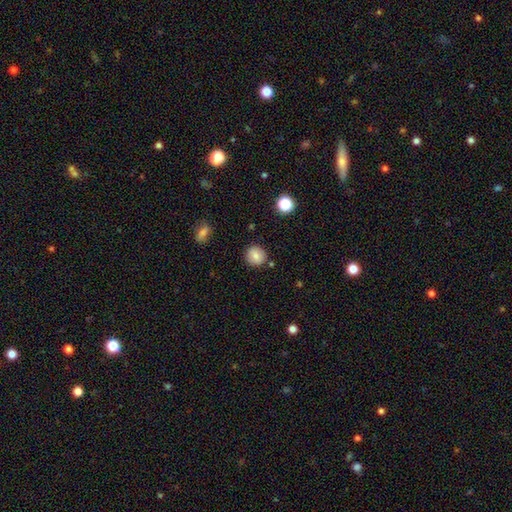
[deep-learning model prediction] Smooth or featured?
  - smooth: 81% *
  - star or artifact: 10%
  - featured or disk: 9%
How rounded?
  - round: 89% *
  - in between: 10%
  - cigar-shaped: 1%
Merging?
  - none: 86% *
  - minor disturbance: 9%
  - merger: 3%
  - major disturbance: 2%